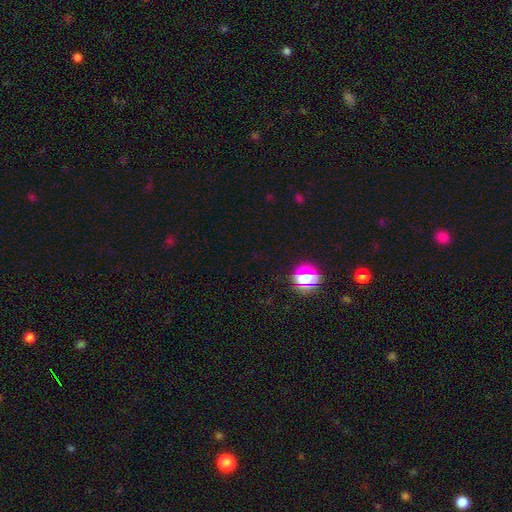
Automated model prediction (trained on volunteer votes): Overall: star or artifact (71%).